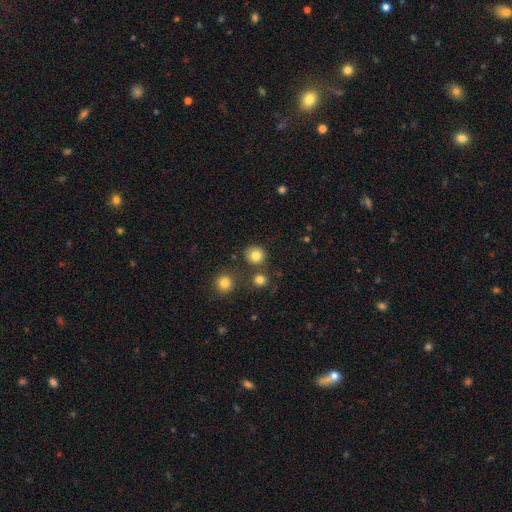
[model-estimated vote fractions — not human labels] Q: Smooth or featured?
A: smooth (82%); runner-up: star or artifact (12%)
Q: How rounded?
A: round (89%); runner-up: in between (10%)
Q: Merging?
A: none (80%); runner-up: merger (9%)